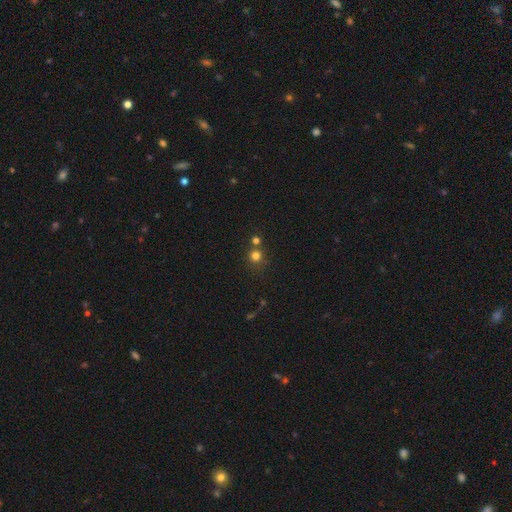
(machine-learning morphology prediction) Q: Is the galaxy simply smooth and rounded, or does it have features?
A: smooth — 75%.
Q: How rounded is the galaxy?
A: round — 91%.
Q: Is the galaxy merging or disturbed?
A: none — 66%.